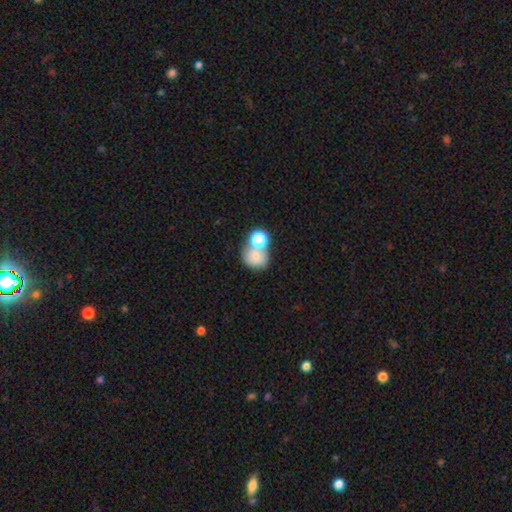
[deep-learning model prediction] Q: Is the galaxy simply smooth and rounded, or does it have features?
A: smooth — 73%.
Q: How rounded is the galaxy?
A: round — 68%.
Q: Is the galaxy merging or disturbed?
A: merger — 46%.